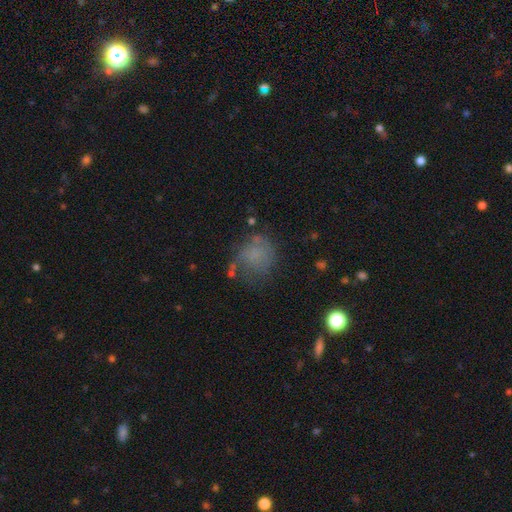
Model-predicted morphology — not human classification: smooth 56%, featured or disk 27%, star or artifact 16%. Down the decision tree: how rounded — round (71%); merging — none (47%).